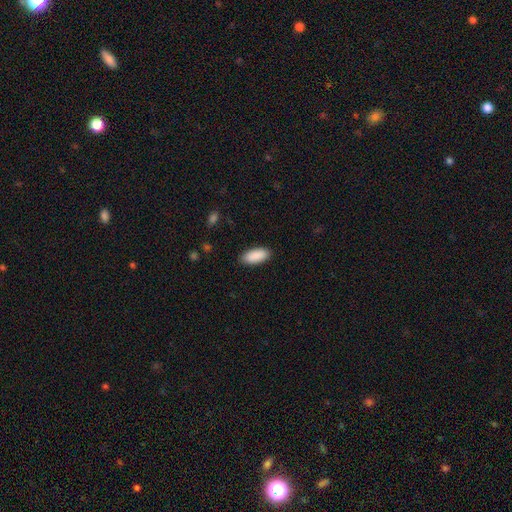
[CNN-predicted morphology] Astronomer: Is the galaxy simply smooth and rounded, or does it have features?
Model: smooth — 91%.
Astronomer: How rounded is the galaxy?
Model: in between — 88%.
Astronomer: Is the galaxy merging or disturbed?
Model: none — 89%.